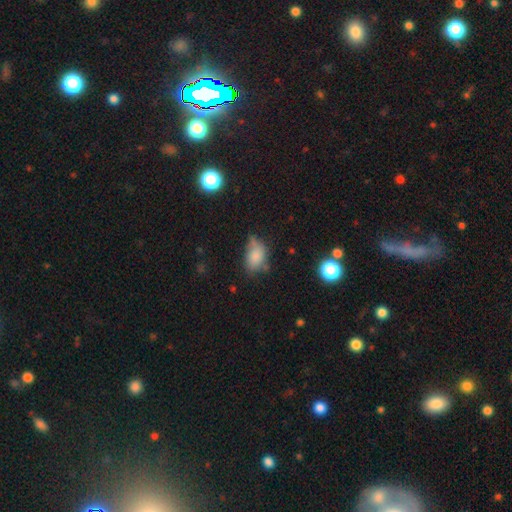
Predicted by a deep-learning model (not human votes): smooth-or-featured: smooth: 77% | featured or disk: 13% | star or artifact: 10%
  how-rounded: in between: 84% | round: 14% | cigar-shaped: 2%
  merging: none: 40% | minor disturbance: 38% | major disturbance: 16% | merger: 7%